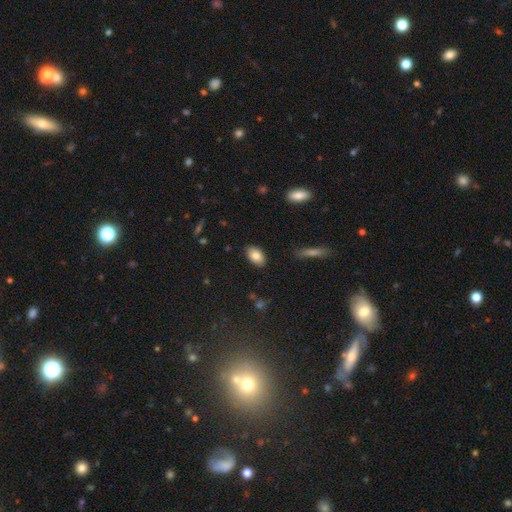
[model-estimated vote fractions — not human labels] A smooth galaxy with no disk features (83%) that is in between round and cigar-shaped (92%). Merging: none (87%).